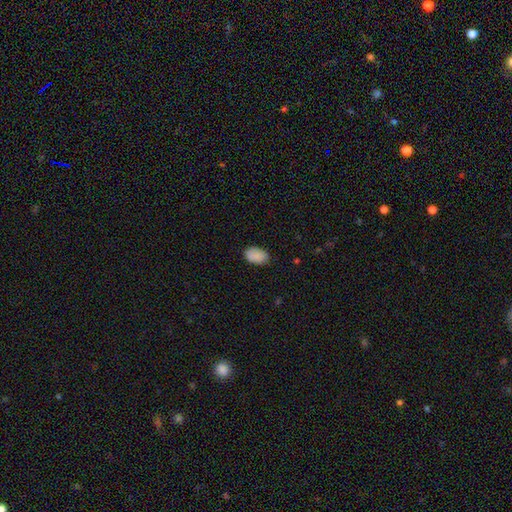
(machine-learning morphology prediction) smooth-or-featured: smooth: 88% | star or artifact: 7% | featured or disk: 4%
  how-rounded: in between: 91% | round: 8% | cigar-shaped: 1%
  merging: none: 82% | minor disturbance: 14% | major disturbance: 3% | merger: 1%